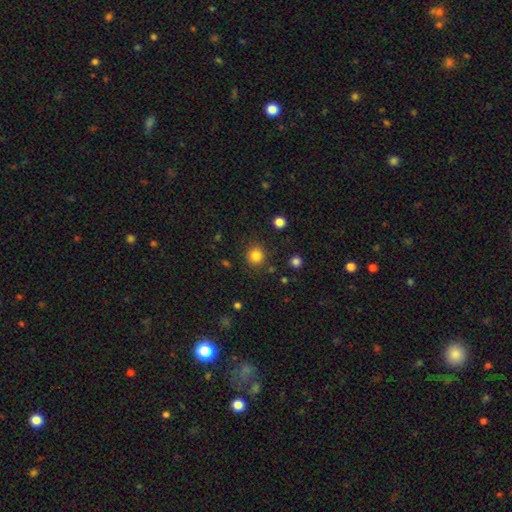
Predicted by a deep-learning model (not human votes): smooth 83%, star or artifact 12%, featured or disk 5%. Down the decision tree: how rounded — round (91%); merging — none (87%).